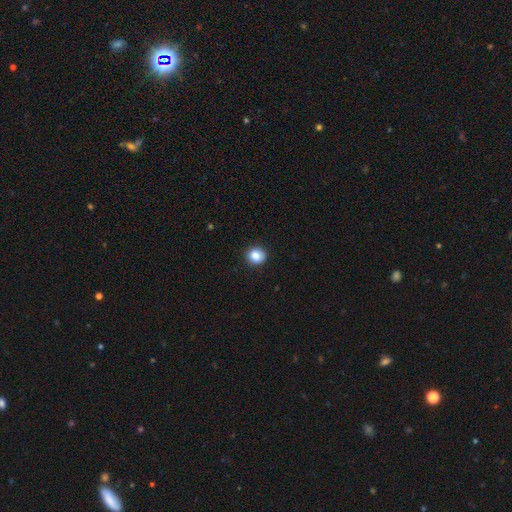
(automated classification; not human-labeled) Smooth or featured?
  - smooth: 86% *
  - star or artifact: 10%
  - featured or disk: 4%
How rounded?
  - round: 87% *
  - in between: 12%
  - cigar-shaped: 1%
Merging?
  - none: 91% *
  - minor disturbance: 6%
  - major disturbance: 2%
  - merger: 1%